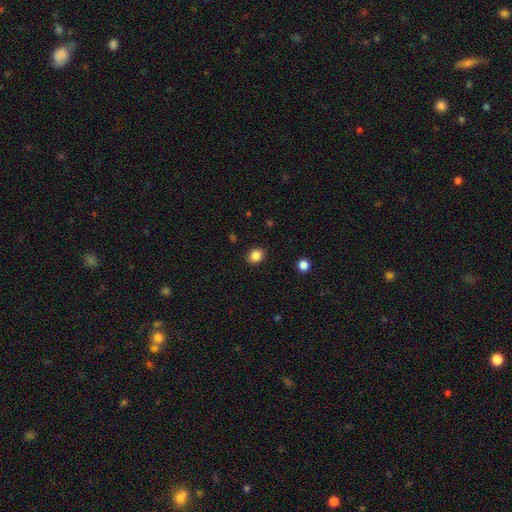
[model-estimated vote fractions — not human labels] Q: Smooth or featured?
A: smooth (86%); runner-up: star or artifact (10%)
Q: How rounded?
A: round (55%); runner-up: in between (44%)
Q: Merging?
A: none (89%); runner-up: minor disturbance (8%)